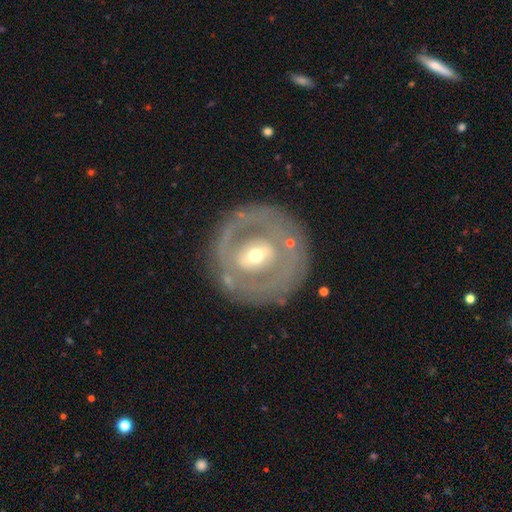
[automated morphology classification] This appears to be a featured or disk galaxy (66%) with no bar (39%), no spiral arms (75%) and a moderate central bulge (56%). Merging: none (78%).